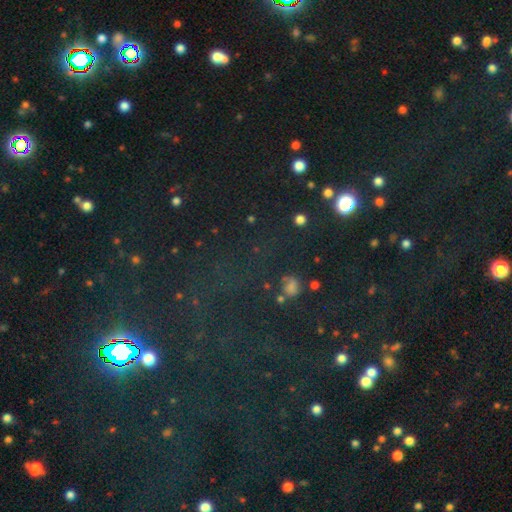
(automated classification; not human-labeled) This appears to be a star or artifact, not a galaxy (71%).